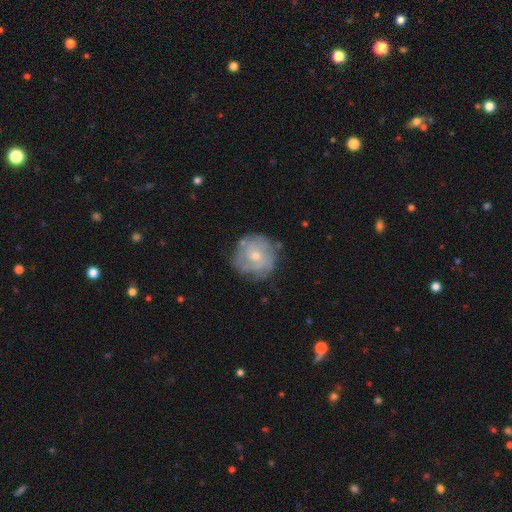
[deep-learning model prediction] Smooth or featured? Predicted: featured or disk (p=0.60). Edge-on disk? Predicted: no (p=0.98). Bar? Predicted: no (p=0.77). Spiral arms? Predicted: yes (p=0.64). Bulge size? Predicted: moderate (p=0.50). Merging? Predicted: none (p=0.68).